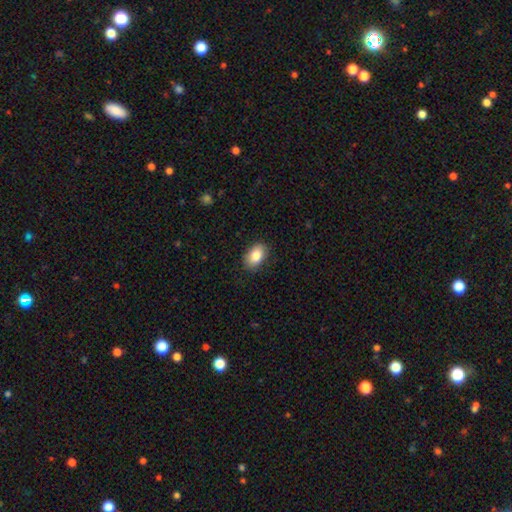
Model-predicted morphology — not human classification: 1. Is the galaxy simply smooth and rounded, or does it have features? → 84% smooth, 8% featured or disk, 7% star or artifact.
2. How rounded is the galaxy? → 88% in between, 10% round, 1% cigar-shaped.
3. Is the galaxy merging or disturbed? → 87% none, 10% minor disturbance, 2% major disturbance, 1% merger.